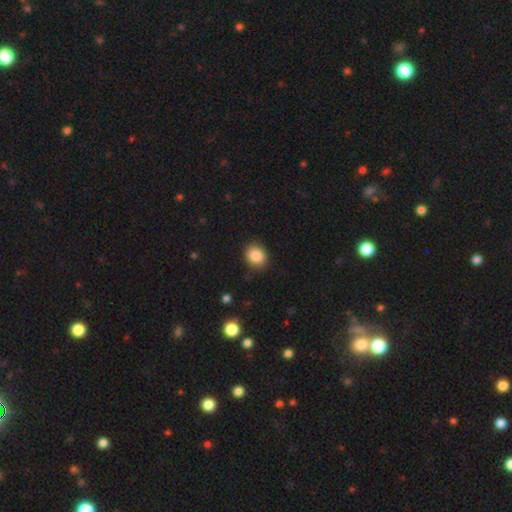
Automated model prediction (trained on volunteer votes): Smooth or featured?
  - smooth: 85% *
  - star or artifact: 9%
  - featured or disk: 6%
How rounded?
  - round: 62% *
  - in between: 38%
  - cigar-shaped: 1%
Merging?
  - none: 82% *
  - minor disturbance: 14%
  - major disturbance: 3%
  - merger: 1%